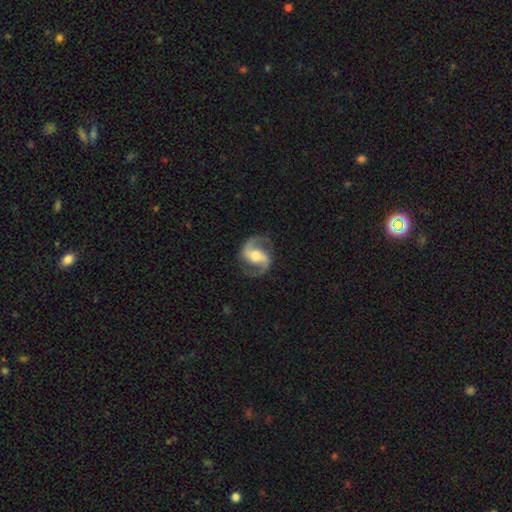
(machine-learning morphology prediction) Overall: featured or disk (90%). Edge-on disk: no (98%). Bar: weak (42%; strong 29%). Spiral arms: yes (98%). Spiral arm count: 2 (94%). Spiral winding: medium (57%; loose 29%). Bulge size: moderate (60%). Merging: none (83%).